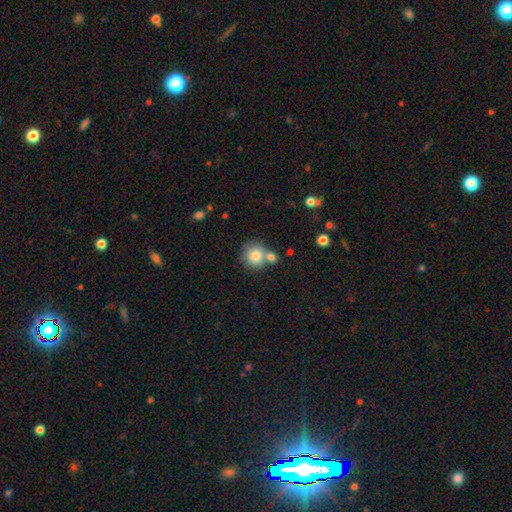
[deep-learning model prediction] smooth 81%, featured or disk 10%, star or artifact 9%. Down the decision tree: how rounded — round (89%); merging — none (54%).